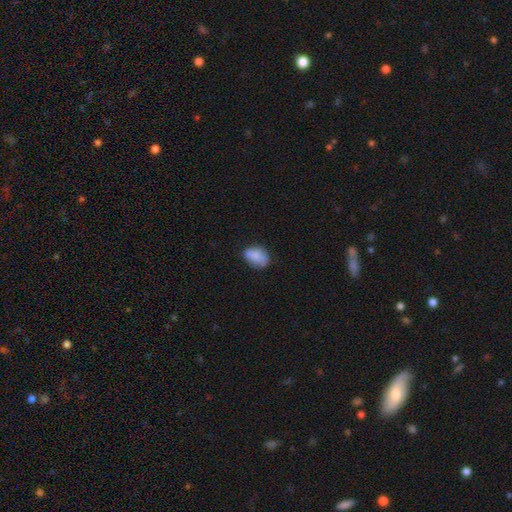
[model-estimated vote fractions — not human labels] Q: Smooth or featured?
A: smooth (82%); runner-up: featured or disk (11%)
Q: How rounded?
A: in between (80%); runner-up: round (19%)
Q: Merging?
A: none (70%); runner-up: minor disturbance (24%)